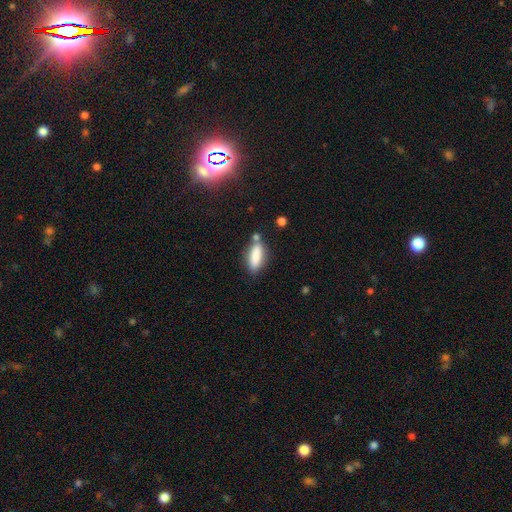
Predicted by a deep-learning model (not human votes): Smooth or featured: smooth — 83% (featured or disk — 10%)
How rounded: in between — 64% (cigar-shaped — 33%)
Merging: none — 69% (minor disturbance — 16%)